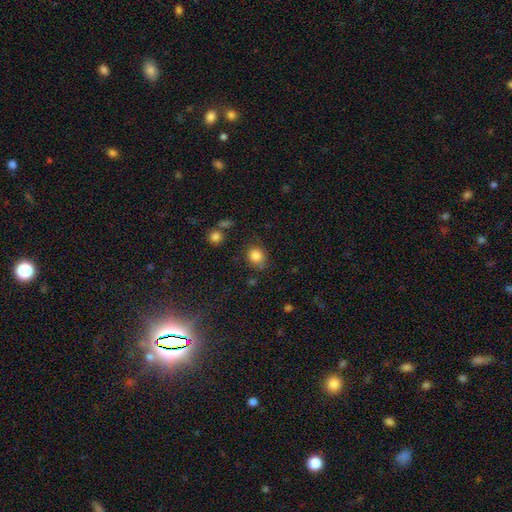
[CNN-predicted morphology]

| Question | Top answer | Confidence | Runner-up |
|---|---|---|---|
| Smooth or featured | smooth | 84% | star or artifact (11%) |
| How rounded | round | 72% | in between (27%) |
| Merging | none | 71% | minor disturbance (19%) |